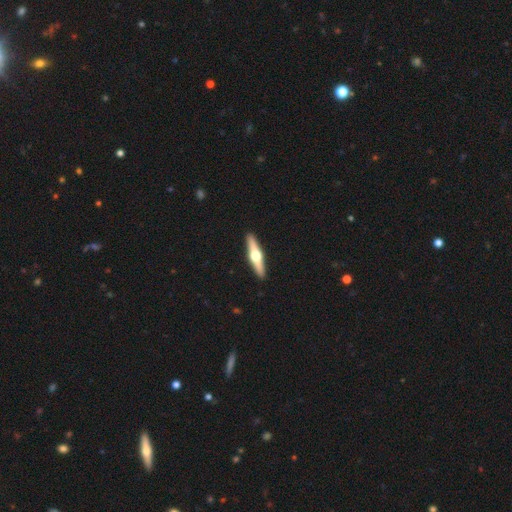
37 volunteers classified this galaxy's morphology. Smooth or featured? featured or disk (76%)
Edge-on disk? yes (100%)
Edge-on bulge? rounded (96%)
Merging? none (100%)